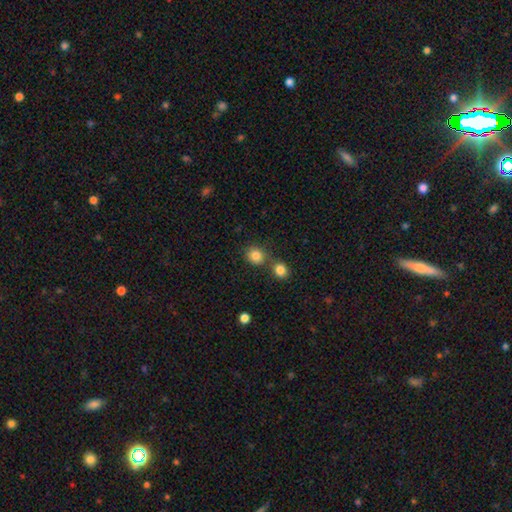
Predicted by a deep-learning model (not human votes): This is clearly a smooth galaxy (84%). How rounded: likely round (77%). Merging: possibly none (57%).